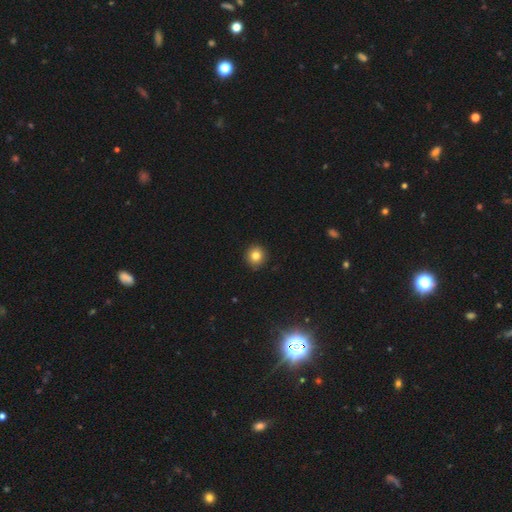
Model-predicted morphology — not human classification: This is clearly a smooth galaxy (82%). How rounded: clearly round (92%). Merging: clearly none (92%).